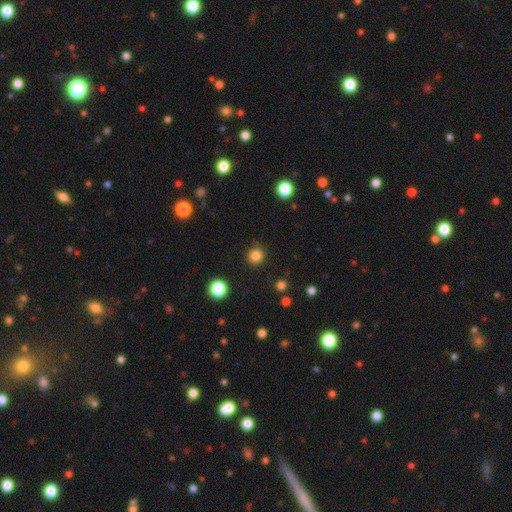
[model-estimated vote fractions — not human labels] A smooth galaxy with no disk features (83%) that is round (94%).

Vote fractions:
- Smooth or featured? smooth: 83% / star or artifact: 13% / featured or disk: 4%
- How rounded? round: 94% / in between: 5% / cigar-shaped: 1%
- Merging? none: 88% / minor disturbance: 8% / major disturbance: 3% / merger: 1%